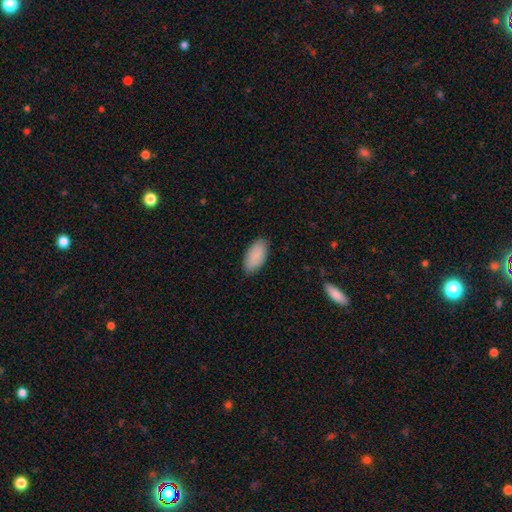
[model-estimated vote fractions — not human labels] This appears to be a smooth galaxy with no disk features (88%) that is in between round and cigar-shaped (95%). Merging: none (85%).